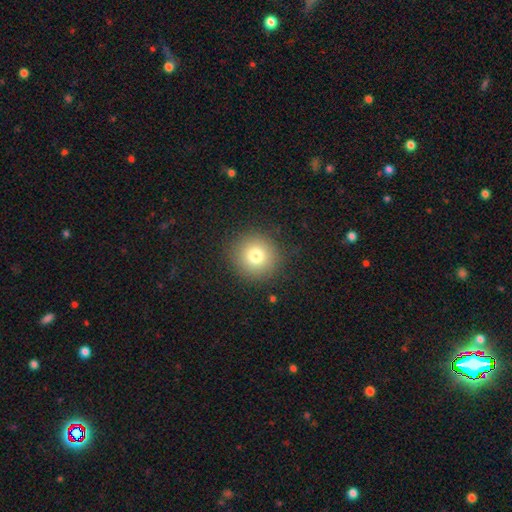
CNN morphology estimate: Overall: smooth (78%). How rounded: round (94%). Merging: none (89%).